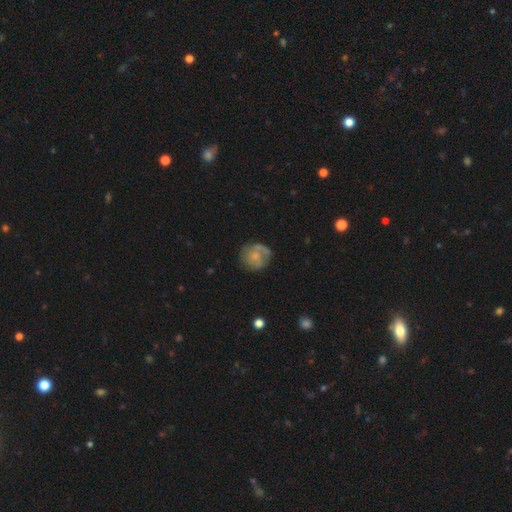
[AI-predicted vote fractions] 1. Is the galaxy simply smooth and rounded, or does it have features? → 51% featured or disk, 42% smooth, 7% star or artifact.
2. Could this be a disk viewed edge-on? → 98% no, 2% yes.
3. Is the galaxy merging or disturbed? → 62% none, 22% minor disturbance, 13% major disturbance, 3% merger.